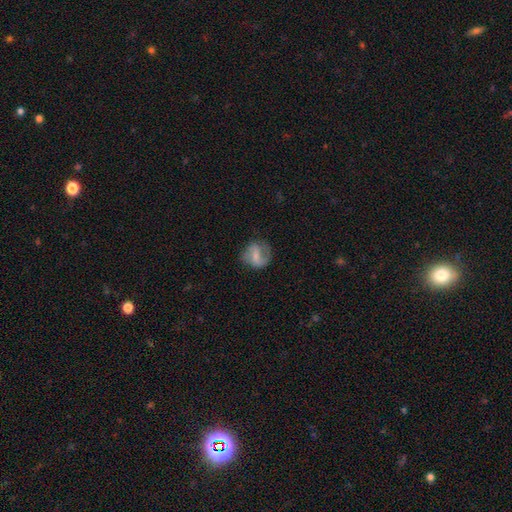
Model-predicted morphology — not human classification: type=featured or disk (48%); merging=none (62%).